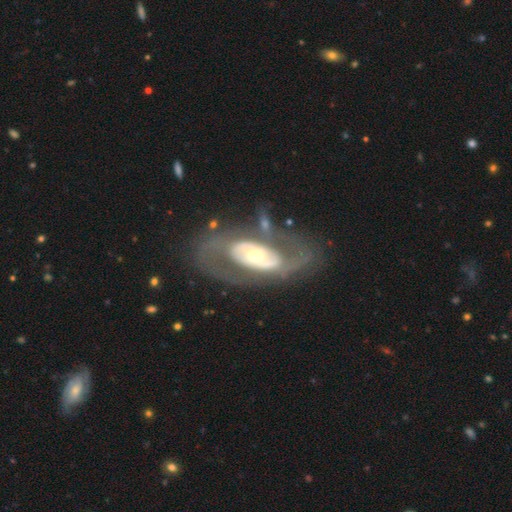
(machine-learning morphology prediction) Smooth or featured: featured or disk — 81% (smooth — 14%)
Edge-on disk: no — 92% (yes — 8%)
Bar: no — 54% (weak — 26%)
Spiral arms: yes — 69% (no — 31%)
Spiral winding: medium — 42% (tight — 35%)
Spiral arm count: 2 — 78% (can't tell — 14%)
Bulge size: moderate — 48% (small — 39%)
Merging: none — 68% (major disturbance — 14%)